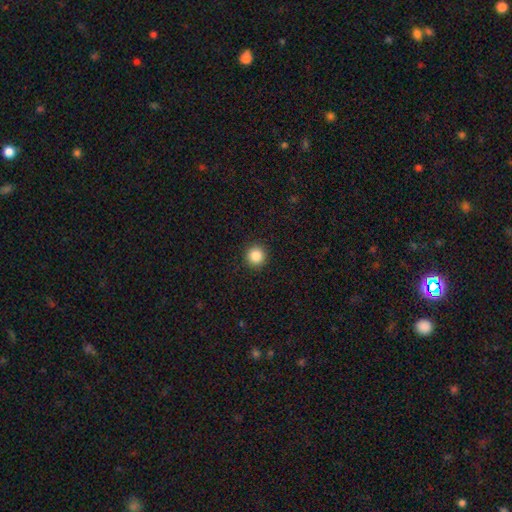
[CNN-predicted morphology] A smooth galaxy with no disk features (86%) that is round (95%).

Vote fractions:
- Smooth or featured? smooth: 86% / star or artifact: 10% / featured or disk: 4%
- How rounded? round: 95% / in between: 4% / cigar-shaped: 1%
- Merging? none: 93% / minor disturbance: 5% / major disturbance: 2% / merger: 1%